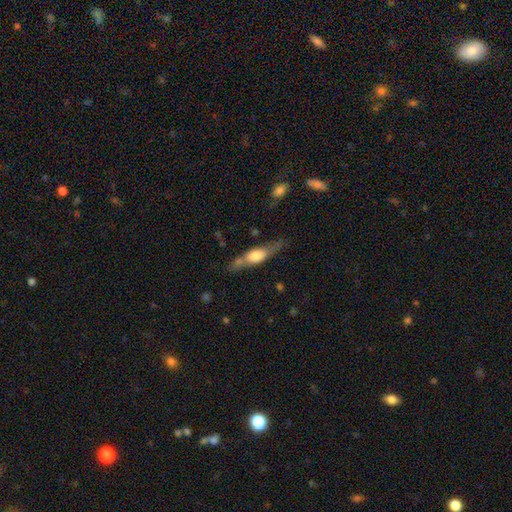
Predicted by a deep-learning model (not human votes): smooth-or-featured: featured or disk: 49% | smooth: 44% | star or artifact: 6%
  merging: none: 65% | minor disturbance: 20% | merger: 8% | major disturbance: 7%